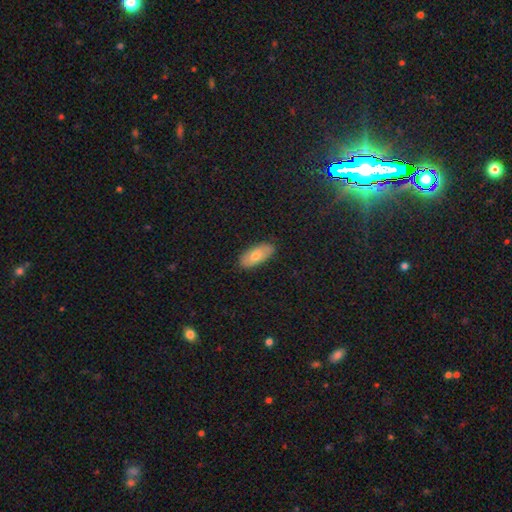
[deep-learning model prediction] Smooth or featured? smooth (71%)
How rounded? in between (86%)
Merging? none (87%)